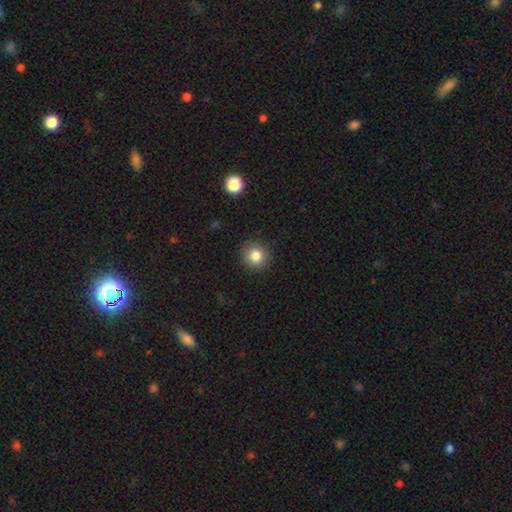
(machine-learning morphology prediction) Q: Smooth or featured?
A: smooth (84%); runner-up: star or artifact (11%)
Q: How rounded?
A: round (93%); runner-up: in between (7%)
Q: Merging?
A: none (90%); runner-up: minor disturbance (6%)